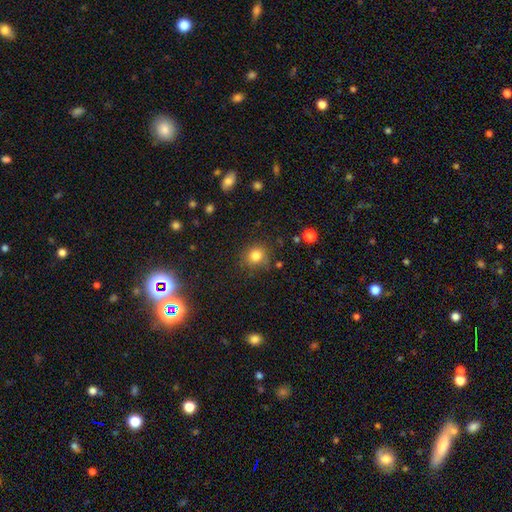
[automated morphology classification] smooth-or-featured: smooth: 81% | star or artifact: 13% | featured or disk: 6%
  how-rounded: round: 84% | in between: 15% | cigar-shaped: 1%
  merging: none: 82% | minor disturbance: 12% | major disturbance: 4% | merger: 2%